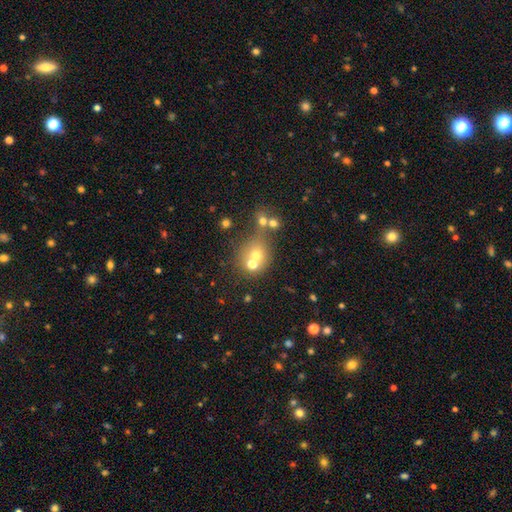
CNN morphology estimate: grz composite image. It shows a smooth galaxy with no disk features (61%) that is round (77%). Merging: merger (43%).